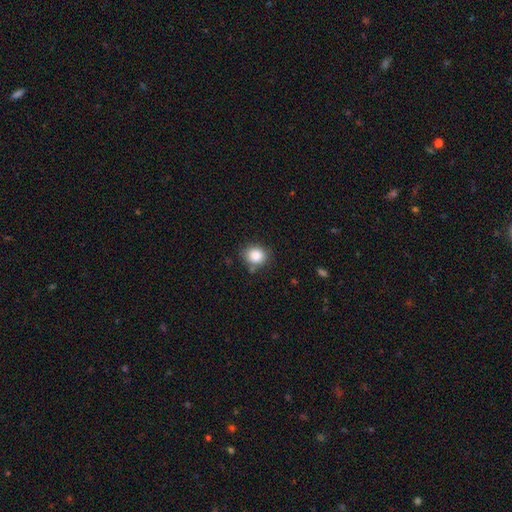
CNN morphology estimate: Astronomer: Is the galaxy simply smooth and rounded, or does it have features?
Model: smooth — 86%.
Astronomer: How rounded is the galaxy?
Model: round — 76%.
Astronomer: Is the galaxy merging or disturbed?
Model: none — 76%.